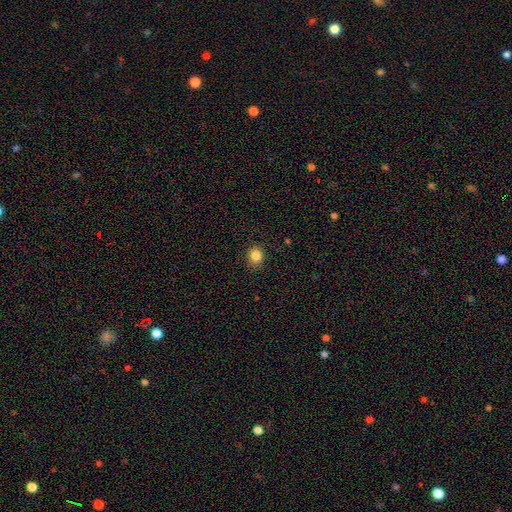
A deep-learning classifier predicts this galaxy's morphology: Smooth or featured: smooth — 84% (star or artifact — 11%)
How rounded: round — 71% (in between — 28%)
Merging: none — 87% (minor disturbance — 10%)